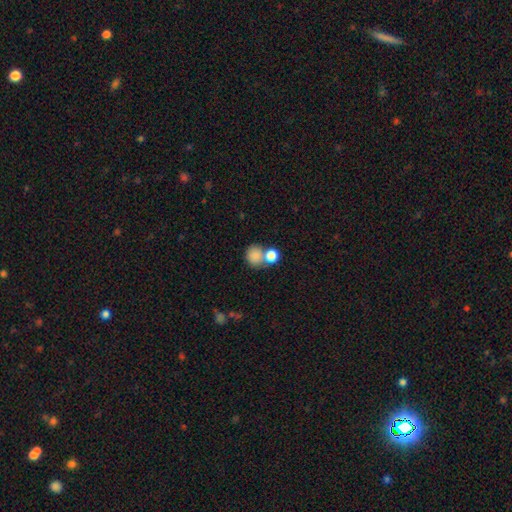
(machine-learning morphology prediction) Smooth or featured?
  - smooth: 82% *
  - star or artifact: 10%
  - featured or disk: 7%
How rounded?
  - round: 86% *
  - in between: 13%
  - cigar-shaped: 1%
Merging?
  - none: 47% *
  - merger: 39%
  - minor disturbance: 9%
  - major disturbance: 4%